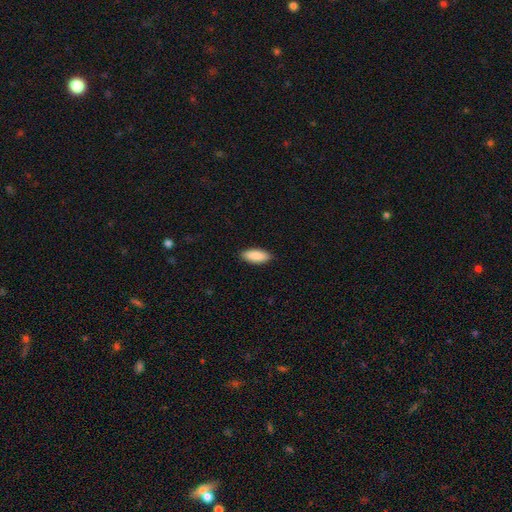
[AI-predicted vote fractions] This is clearly a smooth galaxy (90%). How rounded: clearly in between (82%). Merging: clearly none (88%).